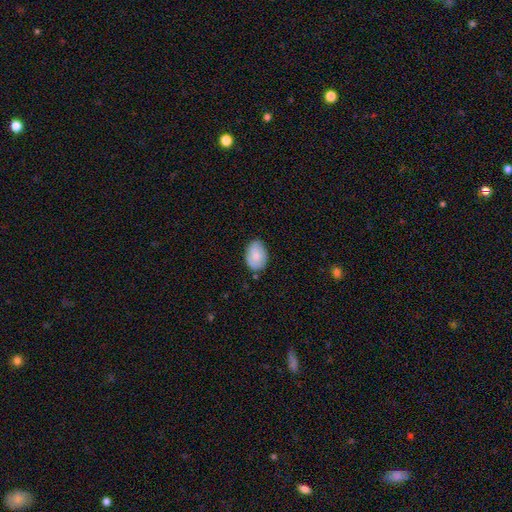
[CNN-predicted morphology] Smooth or featured? Predicted: smooth (p=0.76). How rounded? Predicted: in between (p=0.84). Merging? Predicted: none (p=0.72).